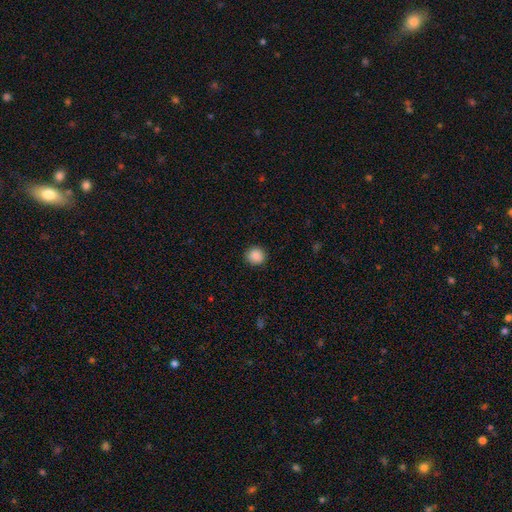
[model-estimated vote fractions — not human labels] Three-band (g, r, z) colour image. It shows a smooth galaxy with no disk features (88%) that is round (91%). Merging: none (91%).